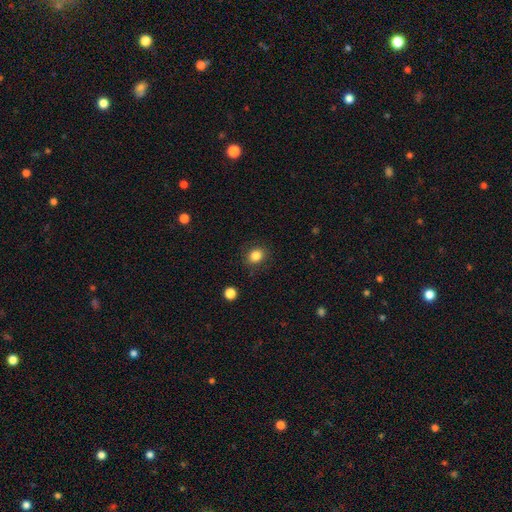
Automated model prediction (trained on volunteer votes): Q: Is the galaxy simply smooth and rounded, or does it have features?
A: smooth — 84%.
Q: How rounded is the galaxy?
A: round — 67%.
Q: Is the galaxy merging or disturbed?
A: none — 86%.